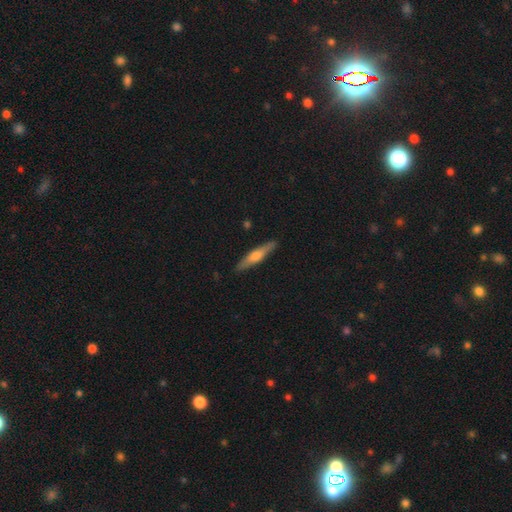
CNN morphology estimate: Smooth or featured?
  - featured or disk: 48% *
  - smooth: 46%
  - star or artifact: 6%
Merging?
  - none: 89% *
  - minor disturbance: 8%
  - major disturbance: 2%
  - merger: 1%